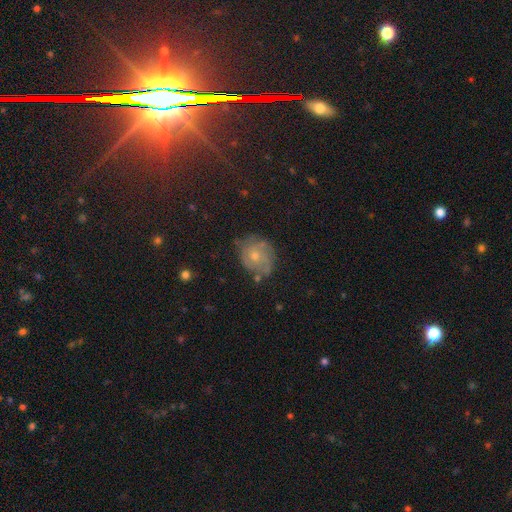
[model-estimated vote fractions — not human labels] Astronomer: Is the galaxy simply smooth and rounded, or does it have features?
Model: featured or disk — 48% (runner-up: smooth, 42%).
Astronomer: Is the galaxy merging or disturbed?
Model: none — 64%.